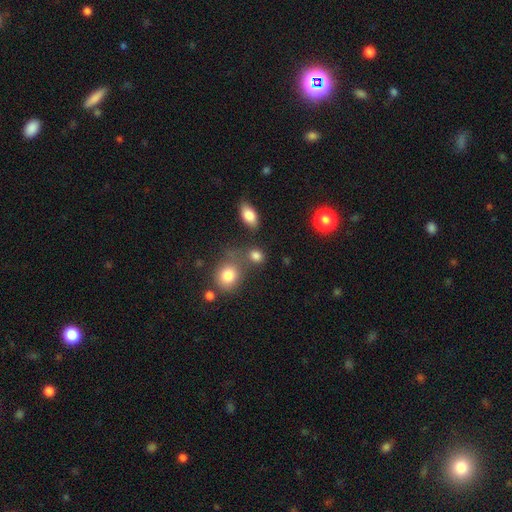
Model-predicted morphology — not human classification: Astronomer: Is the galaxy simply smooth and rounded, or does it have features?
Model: smooth — 82%.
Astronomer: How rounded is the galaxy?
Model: round — 58% (runner-up: in between, 41%).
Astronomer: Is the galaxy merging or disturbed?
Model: none — 64%.